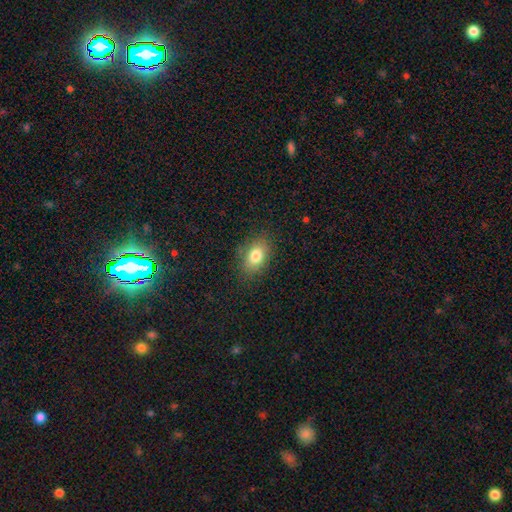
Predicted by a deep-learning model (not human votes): smooth_or_featured: smooth (p=0.80) [alt: featured or disk p=0.11]
how_rounded: in between (p=0.85) [alt: round p=0.13]
merging: none (p=0.83) [alt: minor disturbance p=0.12]